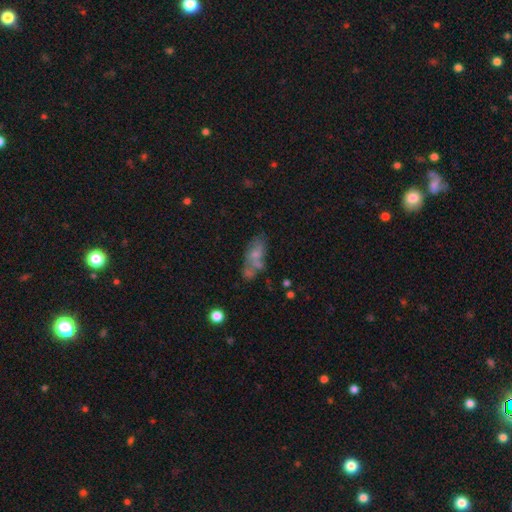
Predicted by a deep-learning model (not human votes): This is possibly a smooth galaxy (52%). How rounded: clearly in between (81%). Merging: marginally none (33%, tied with merger).